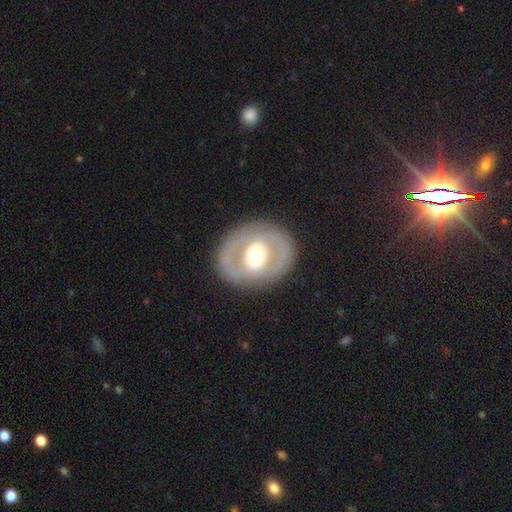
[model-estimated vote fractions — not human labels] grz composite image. It shows a featured or disk galaxy (65%) with no bar (43%), no spiral arms (65%) and a moderate central bulge (62%). Merging: none (83%).